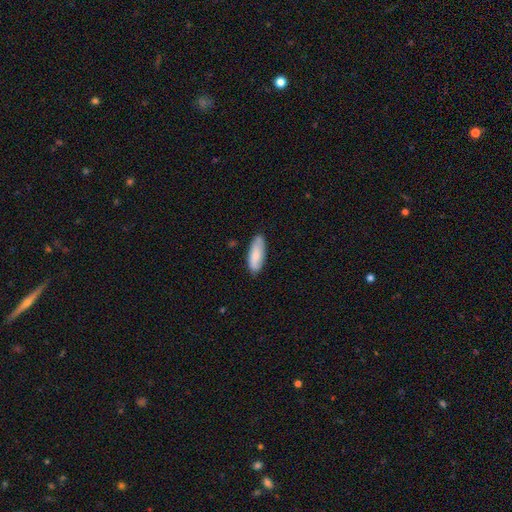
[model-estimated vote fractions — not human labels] Smooth or featured?
  - smooth: 83% *
  - featured or disk: 12%
  - star or artifact: 5%
How rounded?
  - in between: 68% *
  - cigar-shaped: 31%
  - round: 2%
Merging?
  - none: 80% *
  - minor disturbance: 16%
  - major disturbance: 2%
  - merger: 1%